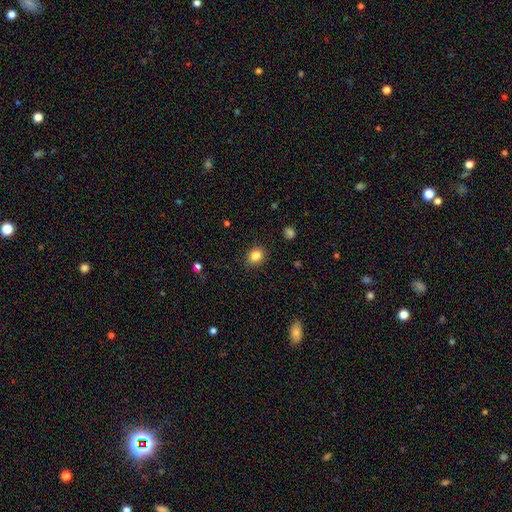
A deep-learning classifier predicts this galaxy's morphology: Smooth or featured?
  - smooth: 84% *
  - star or artifact: 11%
  - featured or disk: 6%
How rounded?
  - round: 61% *
  - in between: 38%
  - cigar-shaped: 1%
Merging?
  - none: 88% *
  - minor disturbance: 9%
  - major disturbance: 2%
  - merger: 1%